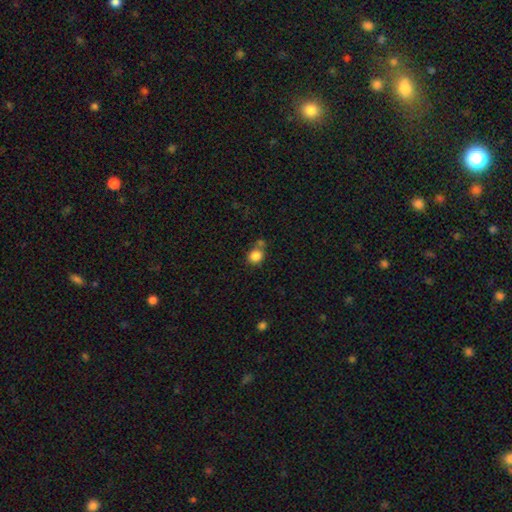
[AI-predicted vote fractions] smooth-or-featured: smooth: 85% | star or artifact: 10% | featured or disk: 5%
  how-rounded: round: 77% | in between: 22% | cigar-shaped: 1%
  merging: none: 61% | merger: 23% | minor disturbance: 12% | major disturbance: 4%